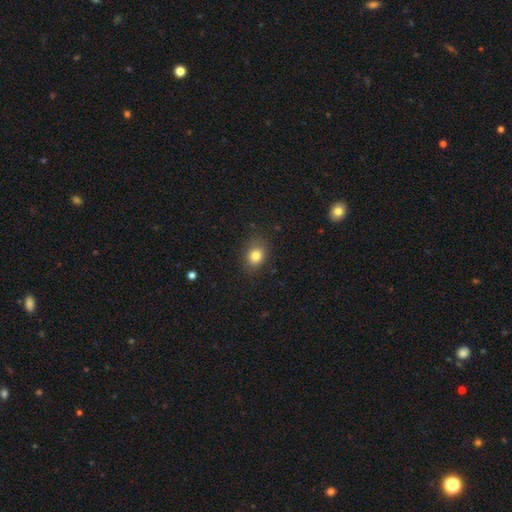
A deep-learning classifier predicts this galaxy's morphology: smooth 82%, star or artifact 11%, featured or disk 7%. Down the decision tree: how rounded — in between (51%); merging — none (80%).